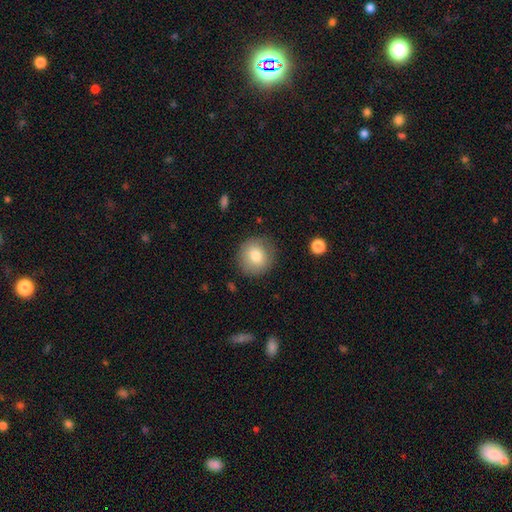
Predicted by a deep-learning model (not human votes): smooth 80%, featured or disk 12%, star or artifact 9%. Down the decision tree: how rounded — round (91%); merging — none (85%).